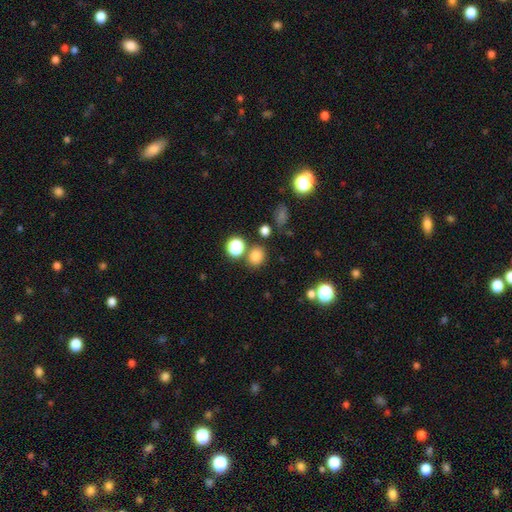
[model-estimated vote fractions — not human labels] Q: Smooth or featured?
A: smooth (78%); runner-up: star or artifact (17%)
Q: How rounded?
A: round (68%); runner-up: in between (31%)
Q: Merging?
A: none (77%); runner-up: merger (10%)